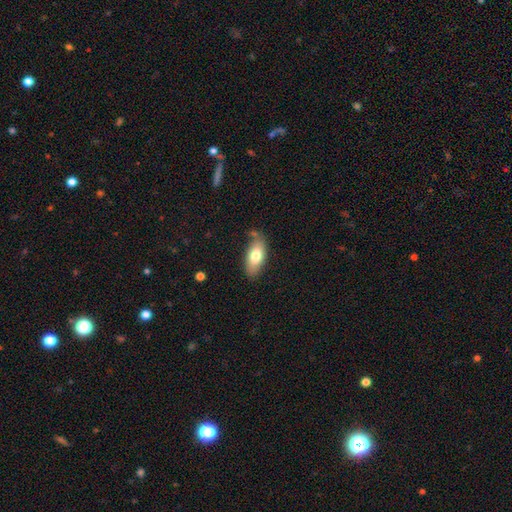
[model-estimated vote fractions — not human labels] Smooth or featured? Predicted: smooth (p=0.75). How rounded? Predicted: in between (p=0.88). Merging? Predicted: none (p=0.74).